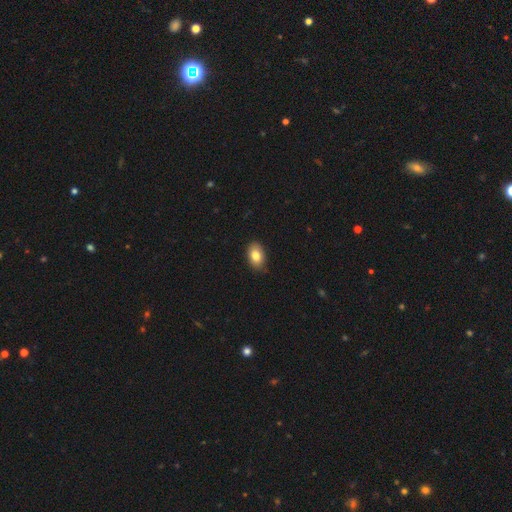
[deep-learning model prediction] smooth_or_featured: smooth (p=0.82) [alt: featured or disk p=0.10]
how_rounded: in between (p=0.87) [alt: round p=0.12]
merging: none (p=0.84) [alt: minor disturbance p=0.13]